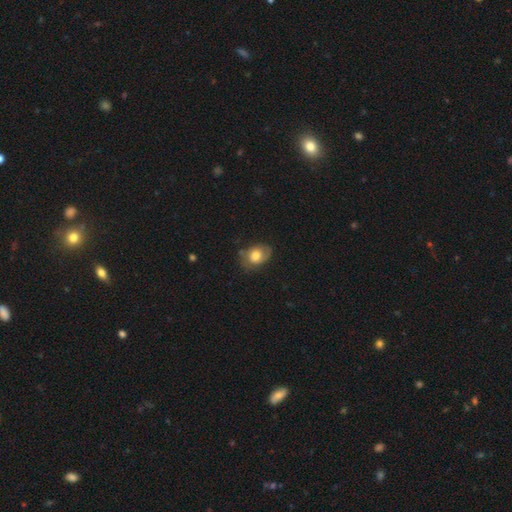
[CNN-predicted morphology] smooth_or_featured: smooth (p=0.69) [alt: featured or disk p=0.23]
how_rounded: in between (p=0.67) [alt: round p=0.32]
merging: none (p=0.64) [alt: minor disturbance p=0.26]